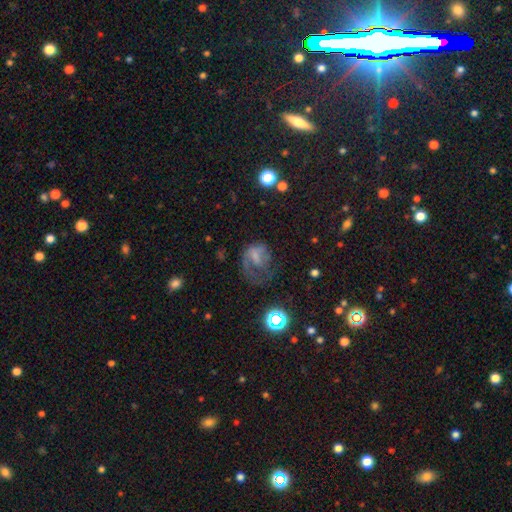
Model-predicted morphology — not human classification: Q: Smooth or featured?
A: featured or disk (45%); runner-up: smooth (40%)
Q: Merging?
A: major disturbance (51%); runner-up: none (27%)